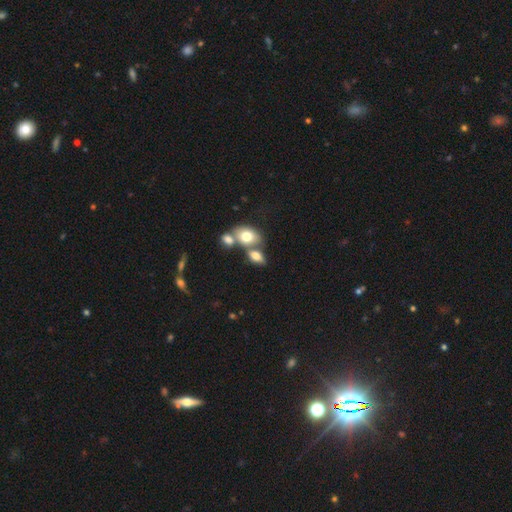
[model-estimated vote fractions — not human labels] Overall: smooth (74%). How rounded: in between (82%). Merging: merger (44%; none 39%).